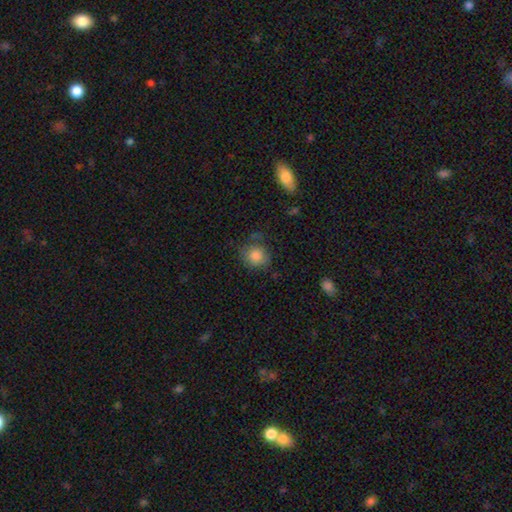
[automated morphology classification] Overall: smooth (84%). How rounded: round (82%). Merging: none (67%).